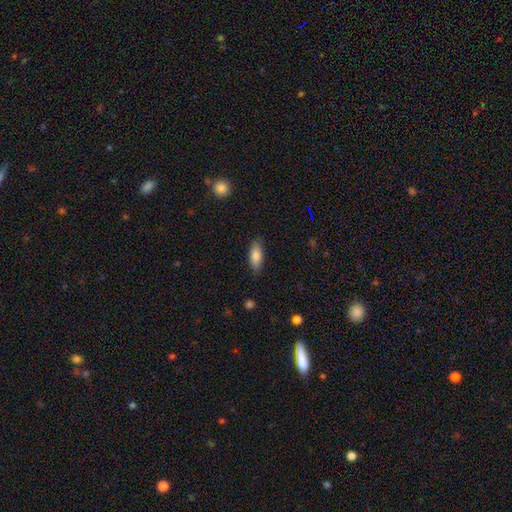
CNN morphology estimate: smooth_or_featured: smooth (p=0.85) [alt: featured or disk p=0.09]
how_rounded: in between (p=0.80) [alt: cigar-shaped p=0.18]
merging: none (p=0.84) [alt: minor disturbance p=0.12]